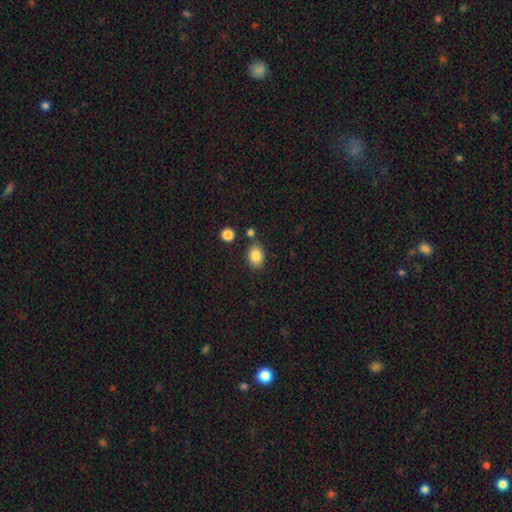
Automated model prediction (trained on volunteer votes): Morphology: type=smooth (85%); roundness=in between (71%); merging=none (81%).